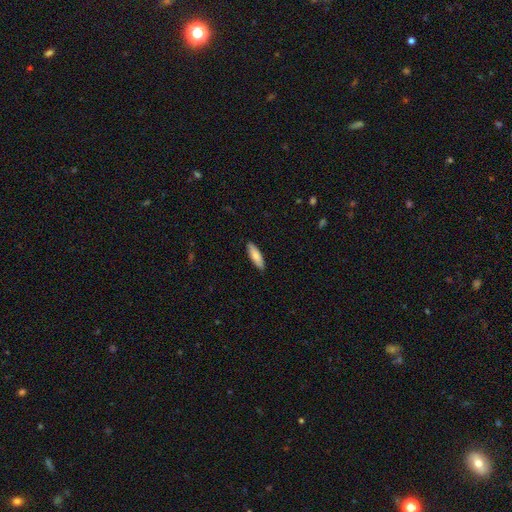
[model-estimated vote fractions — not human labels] Morphology: type=smooth (80%); roundness=cigar-shaped (55%); merging=none (89%).